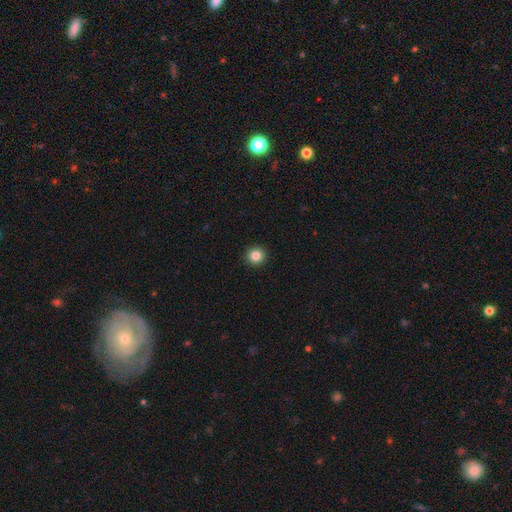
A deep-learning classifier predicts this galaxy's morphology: A smooth galaxy with no disk features (85%) that is round (95%). Merging: none (93%).